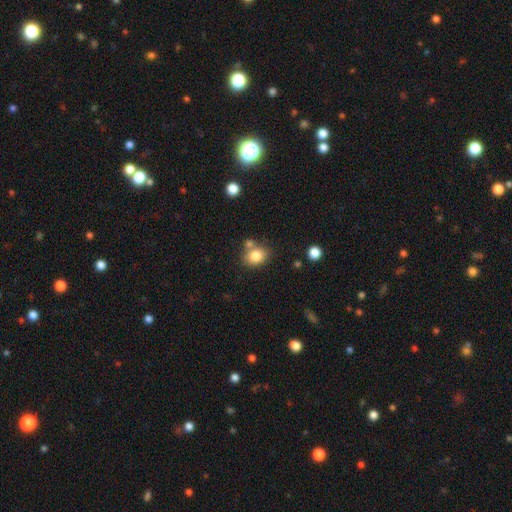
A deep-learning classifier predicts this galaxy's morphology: The model was most divided on "how rounded": in between: 55%, round: 44%, cigar-shaped: 1%. More confident: smooth or featured — smooth (82%); merging — none (63%).